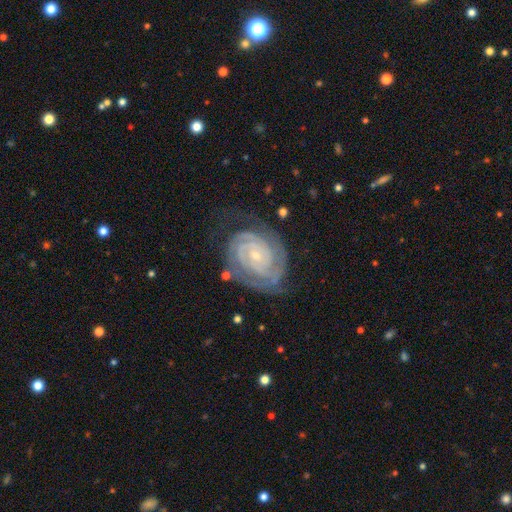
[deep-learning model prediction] Smooth or featured? Predicted: featured or disk (p=0.86). Edge-on disk? Predicted: no (p=0.97). Bar? Predicted: no (p=0.68). Spiral arms? Predicted: yes (p=0.97). Spiral winding? Predicted: tight (p=0.78). Spiral arm count? Predicted: 2 (p=0.46). Bulge size? Predicted: small (p=0.78). Merging? Predicted: none (p=0.71).